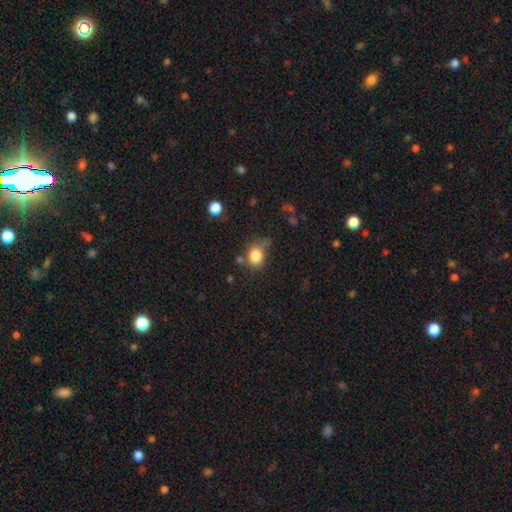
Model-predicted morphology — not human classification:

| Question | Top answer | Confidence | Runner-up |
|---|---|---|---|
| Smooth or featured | smooth | 83% | star or artifact (11%) |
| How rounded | round | 63% | in between (36%) |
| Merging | none | 58% | minor disturbance (25%) |